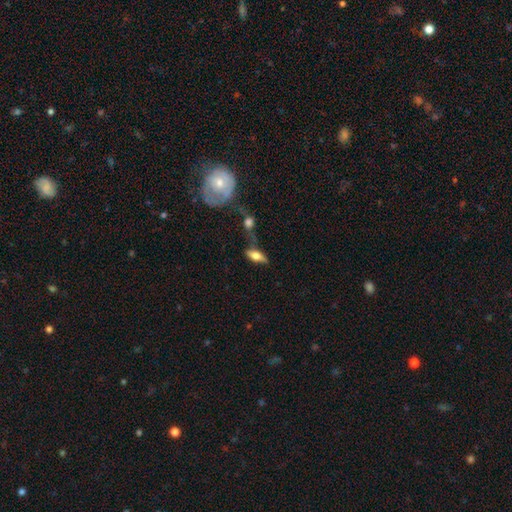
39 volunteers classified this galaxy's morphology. A smooth galaxy with no disk features (62%) that is in between round and cigar-shaped (79%).

Vote fractions:
- Smooth or featured? smooth: 62% / featured or disk: 33% / star or artifact: 5%
- How rounded? in between: 79% / cigar-shaped: 21% / round: 0%
- Merging? none: 54% / minor disturbance: 24% / merger: 16% / major disturbance: 5%